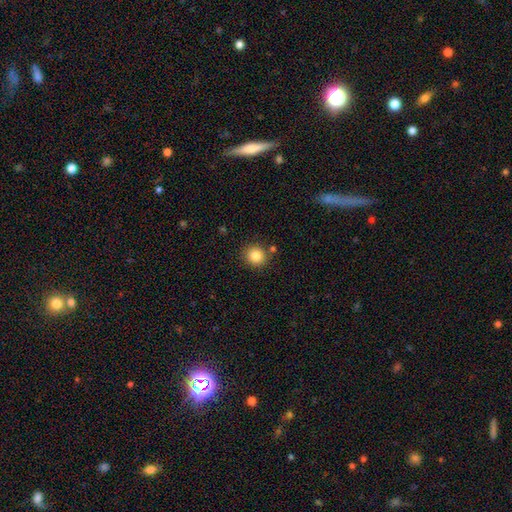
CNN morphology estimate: smooth 85%, star or artifact 10%, featured or disk 5%. Down the decision tree: how rounded — round (87%); merging — none (84%).